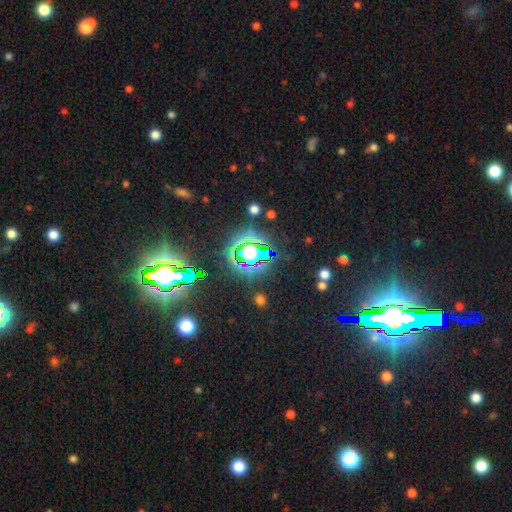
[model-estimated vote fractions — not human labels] smooth-or-featured: star or artifact: 68% | smooth: 21% | featured or disk: 11%